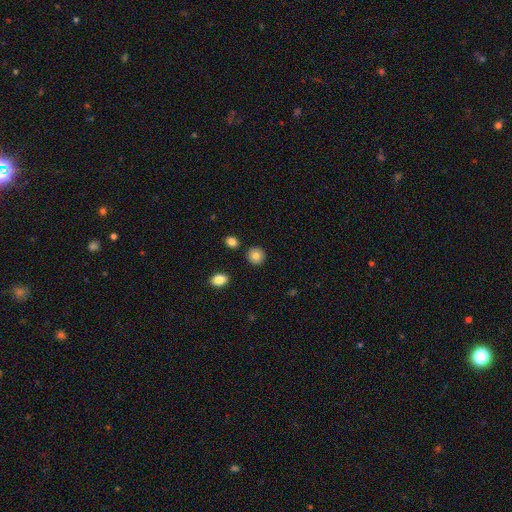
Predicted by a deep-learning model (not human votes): This appears to be a smooth galaxy with no disk features (82%) that is round (90%). Merging: none (89%).